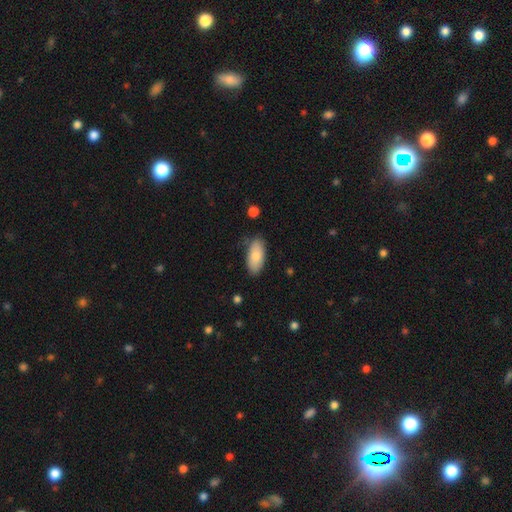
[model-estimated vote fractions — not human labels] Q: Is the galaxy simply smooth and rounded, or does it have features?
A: smooth — 80%.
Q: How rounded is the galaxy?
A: in between — 90%.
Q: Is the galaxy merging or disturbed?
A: none — 76%.